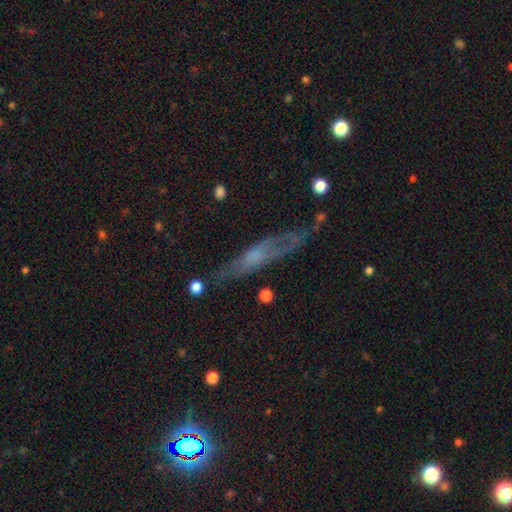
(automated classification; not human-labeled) smooth-or-featured: featured or disk: 52% | smooth: 37% | star or artifact: 11%
  disk-edge-on: yes: 64% | no: 36%
  merging: none: 60% | minor disturbance: 24% | major disturbance: 13% | merger: 4%